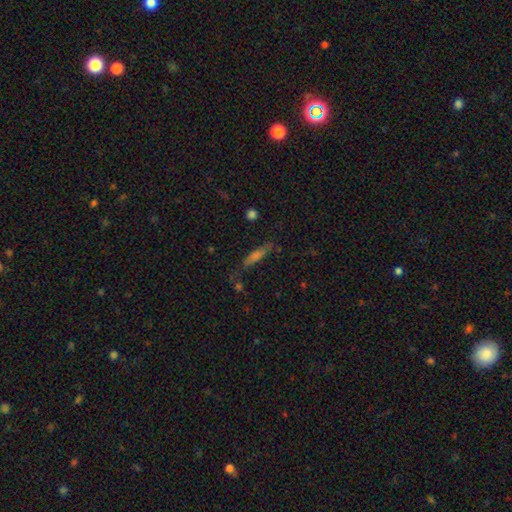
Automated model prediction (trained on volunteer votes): This appears to be a smooth galaxy with no disk features (51%) that is cigar-shaped (80%). Merging: none (71%).